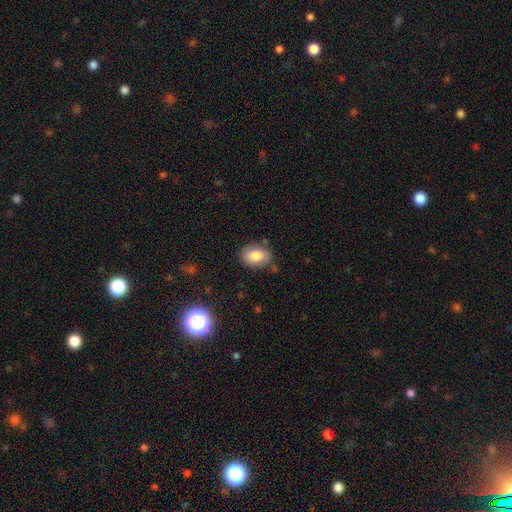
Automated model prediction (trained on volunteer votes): Smooth or featured? smooth (82%)
How rounded? in between (71%)
Merging? none (80%)